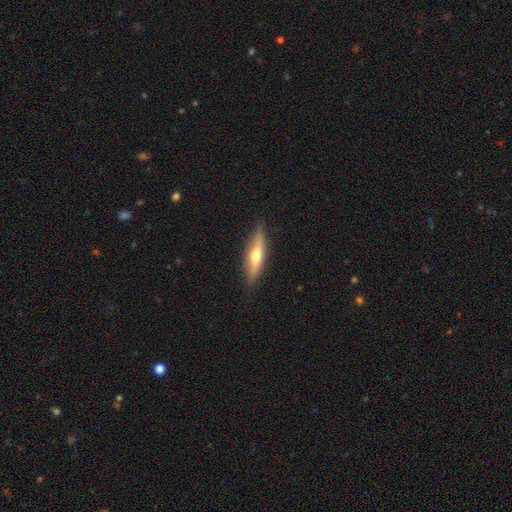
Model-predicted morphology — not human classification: smooth-or-featured: smooth: 51% | featured or disk: 43% | star or artifact: 6%
  how-rounded: cigar-shaped: 72% | in between: 26% | round: 2%
  merging: none: 84% | minor disturbance: 13% | major disturbance: 2% | merger: 1%